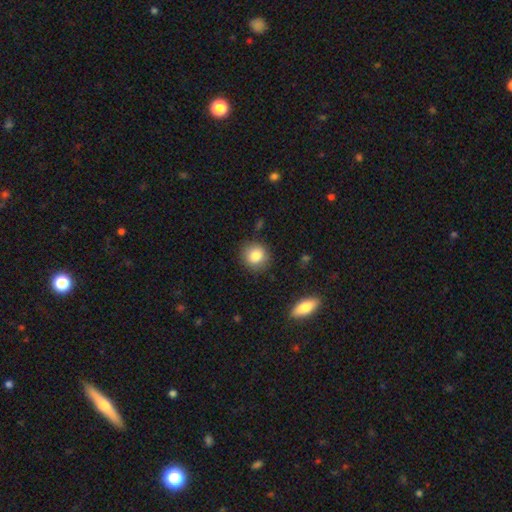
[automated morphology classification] Overall: smooth (83%). How rounded: round (88%). Merging: none (86%).